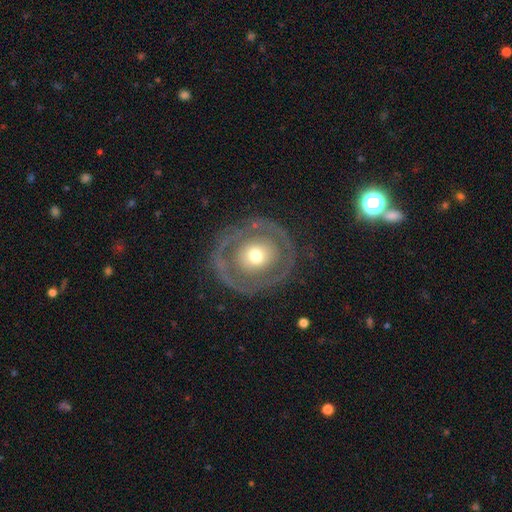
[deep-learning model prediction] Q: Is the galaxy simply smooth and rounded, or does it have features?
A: featured or disk — 62%.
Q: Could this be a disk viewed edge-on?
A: no — 95%.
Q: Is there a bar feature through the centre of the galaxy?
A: no — 80%.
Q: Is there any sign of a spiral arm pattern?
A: no — 71%.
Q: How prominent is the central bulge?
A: moderate — 62%.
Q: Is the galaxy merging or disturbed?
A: none — 74%.